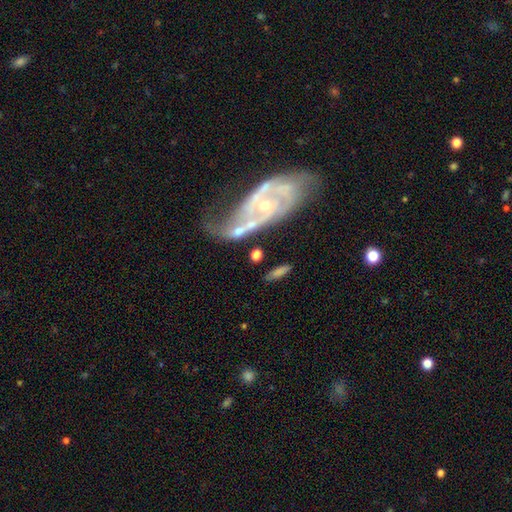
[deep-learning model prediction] Smooth or featured?
  - smooth: 53% *
  - featured or disk: 40%
  - star or artifact: 7%
How rounded?
  - in between: 63% *
  - cigar-shaped: 26%
  - round: 11%
Merging?
  - none: 41% *
  - merger: 30%
  - minor disturbance: 17%
  - major disturbance: 12%